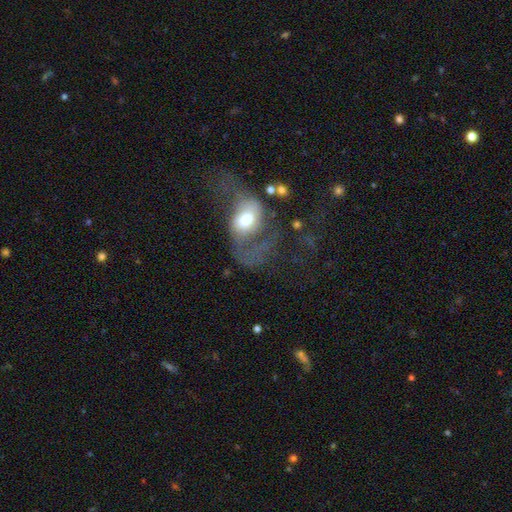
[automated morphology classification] This appears to be a featured or disk galaxy (70%) with no bar (52%), spiral arms (74%) and a moderate central bulge (65%). Merging: major disturbance (48%).